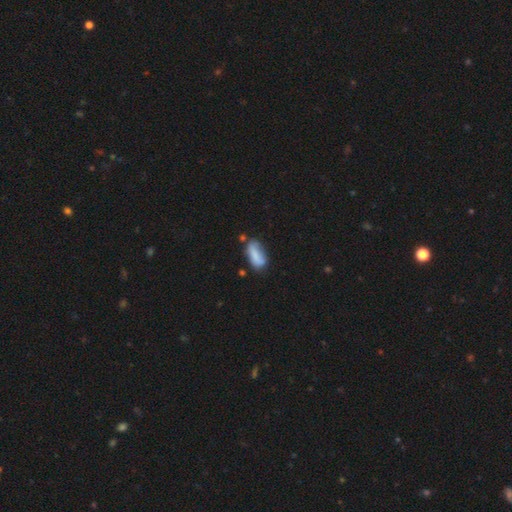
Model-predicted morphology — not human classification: smooth 78%, featured or disk 14%, star or artifact 8%. Down the decision tree: how rounded — in between (82%); merging — none (49%).